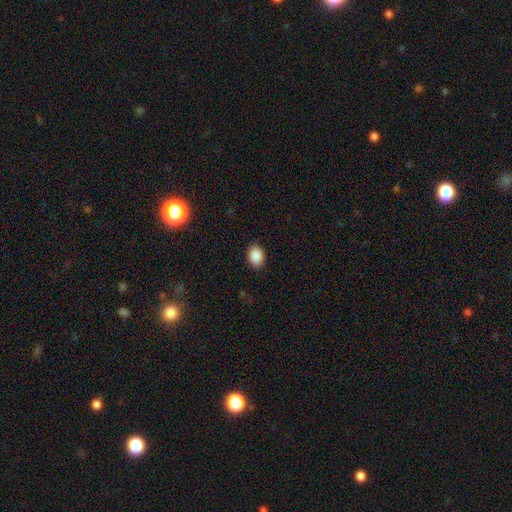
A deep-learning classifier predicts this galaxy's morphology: Smooth or featured? Predicted: smooth (p=0.89). How rounded? Predicted: in between (p=0.76). Merging? Predicted: none (p=0.89).